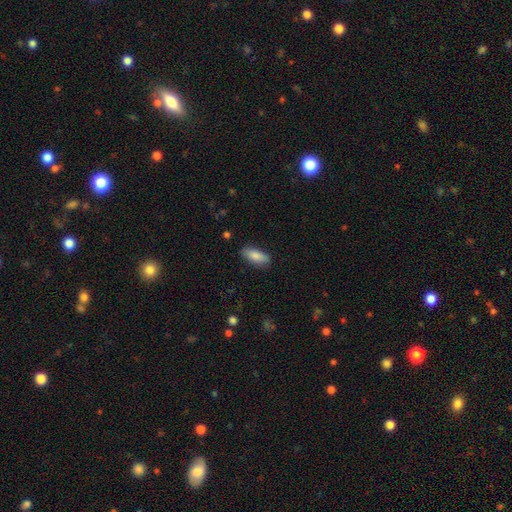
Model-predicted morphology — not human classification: Smooth or featured? smooth (85%)
How rounded? in between (76%)
Merging? none (86%)